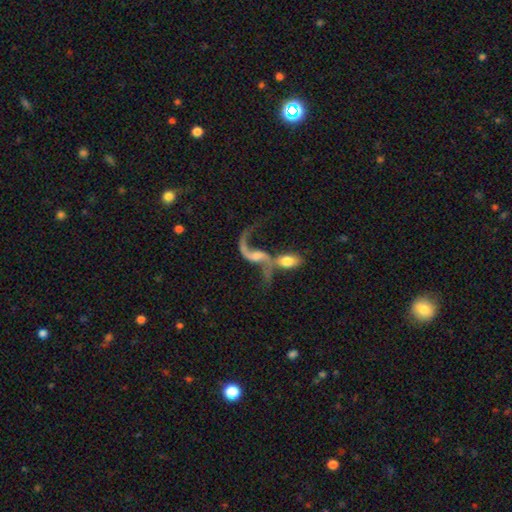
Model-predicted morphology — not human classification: Smooth or featured?
  - featured or disk: 79% *
  - smooth: 13%
  - star or artifact: 8%
Edge-on disk?
  - no: 93% *
  - yes: 7%
Bar?
  - no: 47% *
  - weak: 38%
  - strong: 15%
Spiral arms?
  - yes: 88% *
  - no: 12%
Spiral winding?
  - loose: 91% *
  - medium: 7%
  - tight: 2%
Spiral arm count?
  - 2: 77% *
  - 1: 18%
  - can't tell: 2%
  - 3: 1%
  - 4: 1%
  - more than 4: 1%
Bulge size?
  - small: 39% *
  - moderate: 31%
  - none: 21%
  - large: 7%
  - dominant: 2%
Merging?
  - merger: 55% *
  - none: 22%
  - major disturbance: 14%
  - minor disturbance: 9%